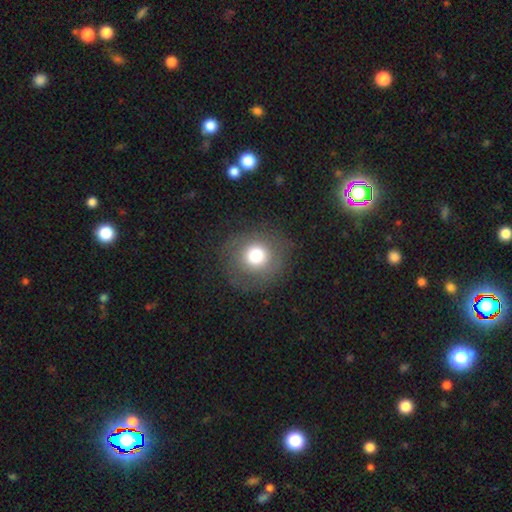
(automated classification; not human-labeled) This appears to be a smooth galaxy with no disk features (70%) that is round (87%). Merging: none (81%).